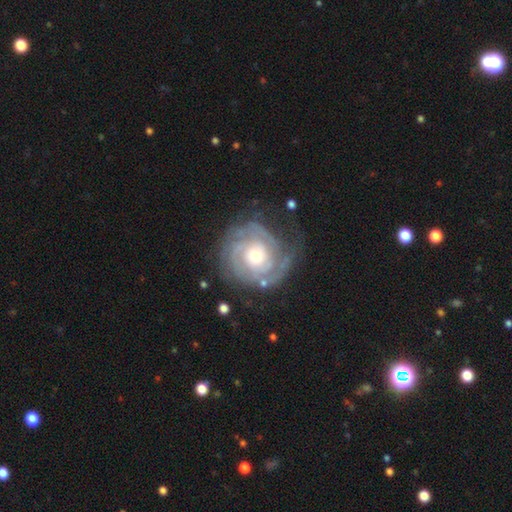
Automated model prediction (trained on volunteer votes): Q: Smooth or featured?
A: featured or disk (86%); runner-up: smooth (9%)
Q: Edge-on disk?
A: no (98%); runner-up: yes (2%)
Q: Bar?
A: no (77%); runner-up: weak (18%)
Q: Spiral arms?
A: yes (95%); runner-up: no (5%)
Q: Spiral winding?
A: tight (75%); runner-up: medium (20%)
Q: Spiral arm count?
A: 2 (32%); runner-up: can't tell (29%)
Q: Bulge size?
A: moderate (64%); runner-up: small (21%)
Q: Merging?
A: none (70%); runner-up: minor disturbance (18%)